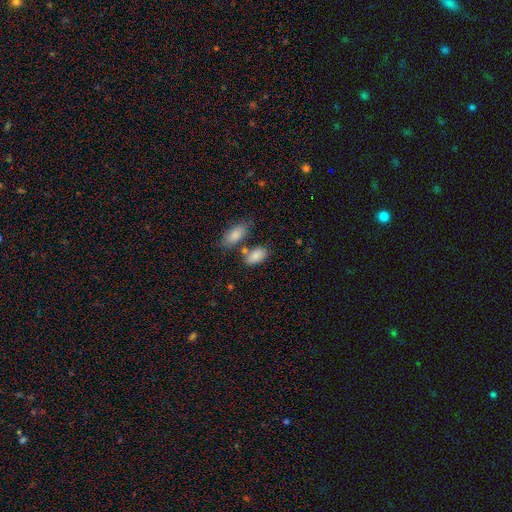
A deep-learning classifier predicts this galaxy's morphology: Smooth or featured: smooth — 85% (featured or disk — 8%)
How rounded: in between — 92% (round — 4%)
Merging: none — 58% (merger — 21%)